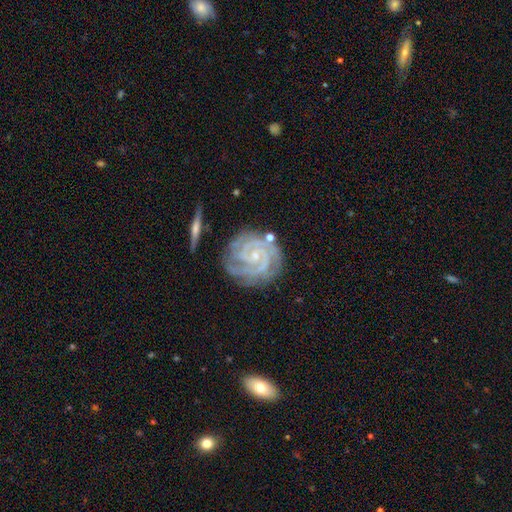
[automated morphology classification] Smooth or featured? featured or disk (91%)
Edge-on disk? no (97%)
Bar? no (63%)
Spiral arms? yes (99%)
Spiral winding? tight (79%)
Spiral arm count? 2 (40%)
Bulge size? small (83%)
Merging? none (72%)